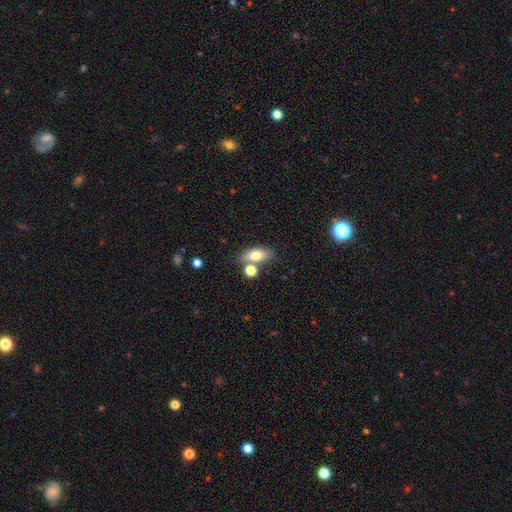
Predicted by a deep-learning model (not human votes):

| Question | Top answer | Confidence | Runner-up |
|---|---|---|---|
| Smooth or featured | smooth | 75% | featured or disk (16%) |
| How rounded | in between | 79% | cigar-shaped (13%) |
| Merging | none | 63% | merger (20%) |